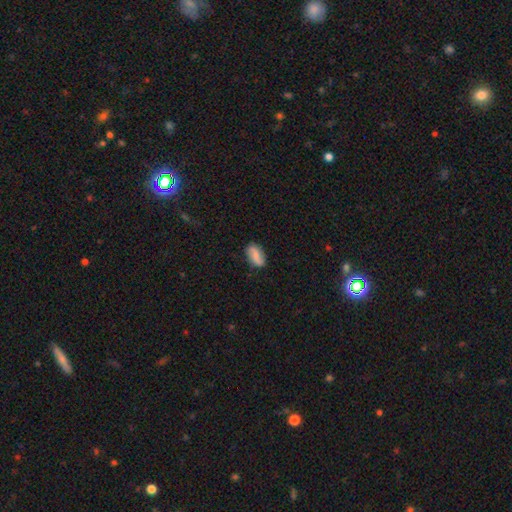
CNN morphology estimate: Smooth or featured: smooth — 66% (featured or disk — 26%)
How rounded: in between — 90% (cigar-shaped — 5%)
Merging: none — 78% (minor disturbance — 17%)